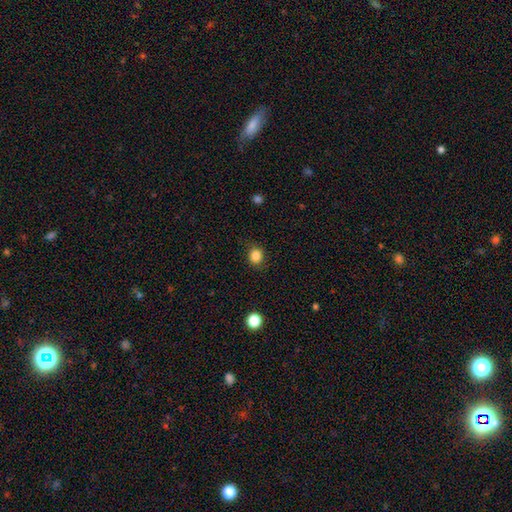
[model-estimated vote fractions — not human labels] Overall: smooth (85%). How rounded: round (78%). Merging: none (87%).